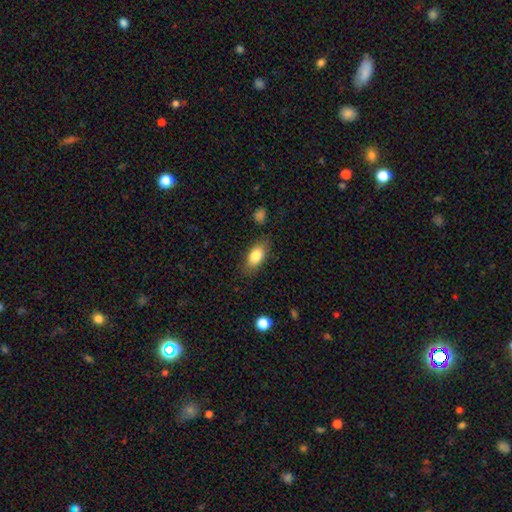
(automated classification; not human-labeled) Overall: smooth (81%). How rounded: in between (86%). Merging: none (81%).